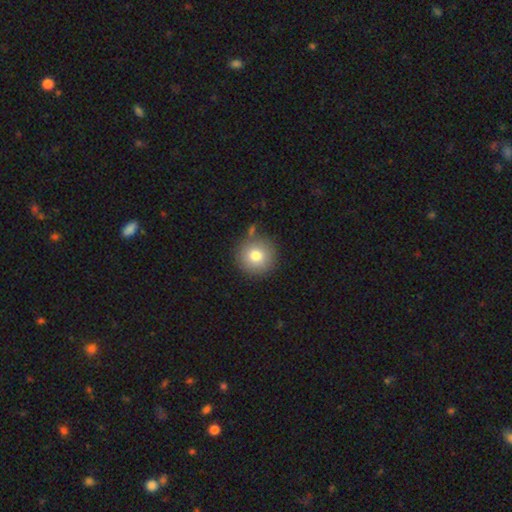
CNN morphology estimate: smooth_or_featured: smooth (p=0.80) [alt: featured or disk p=0.10]
how_rounded: round (p=0.95) [alt: in between p=0.04]
merging: none (p=0.82) [alt: minor disturbance p=0.10]